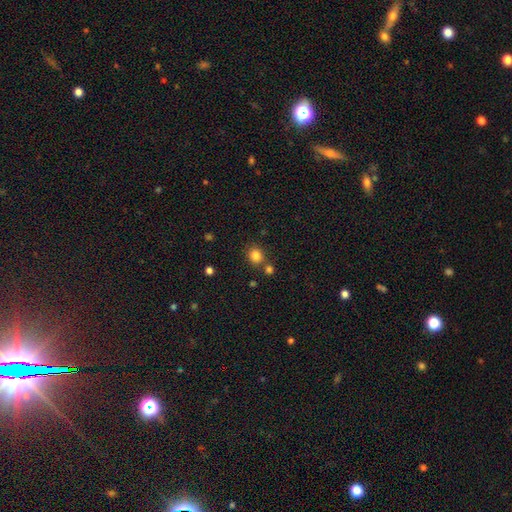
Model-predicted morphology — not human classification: smooth 83%, star or artifact 12%, featured or disk 5%. Down the decision tree: how rounded — round (78%); merging — none (73%).